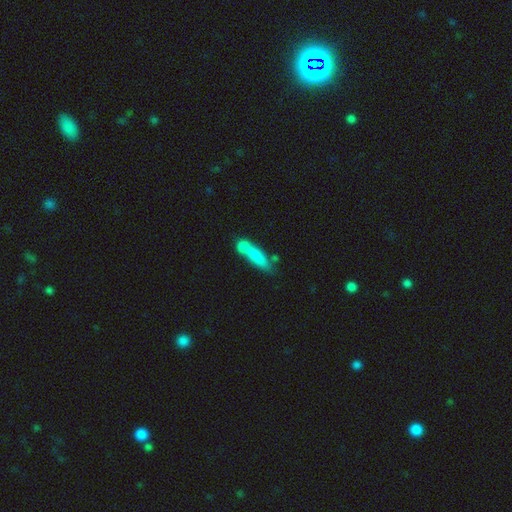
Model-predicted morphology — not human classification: smooth_or_featured: smooth (p=0.73) [alt: featured or disk p=0.19]
how_rounded: cigar-shaped (p=0.65) [alt: in between p=0.31]
merging: merger (p=0.43) [alt: none p=0.36]